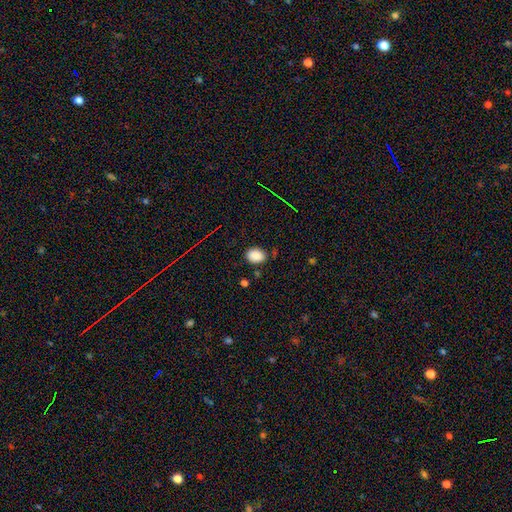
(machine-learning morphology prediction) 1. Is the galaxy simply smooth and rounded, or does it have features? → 86% smooth, 9% star or artifact, 4% featured or disk.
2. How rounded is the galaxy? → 71% in between, 28% round, 1% cigar-shaped.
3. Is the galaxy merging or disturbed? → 78% none, 15% minor disturbance, 3% major disturbance, 3% merger.